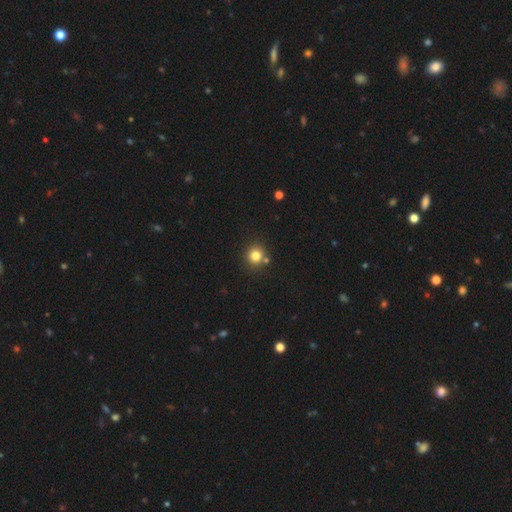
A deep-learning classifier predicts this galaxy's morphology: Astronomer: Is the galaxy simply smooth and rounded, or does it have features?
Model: smooth — 80%.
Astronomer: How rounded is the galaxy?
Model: round — 90%.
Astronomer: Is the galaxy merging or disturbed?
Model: none — 78%.